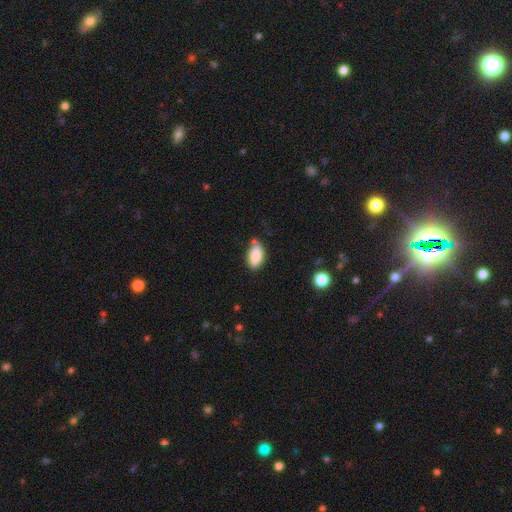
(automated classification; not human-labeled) A smooth galaxy with no disk features (86%) that is in between round and cigar-shaped (92%).

Vote fractions:
- Smooth or featured? smooth: 86% / star or artifact: 7% / featured or disk: 7%
- How rounded? in between: 92% / cigar-shaped: 4% / round: 4%
- Merging? none: 62% / minor disturbance: 26% / merger: 7% / major disturbance: 5%